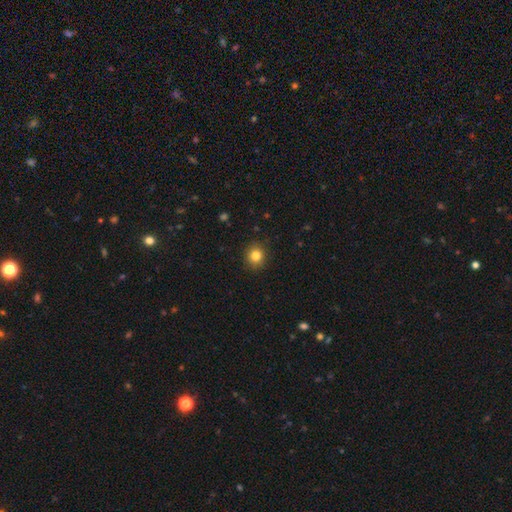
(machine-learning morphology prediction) smooth 82%, star or artifact 12%, featured or disk 6%. Down the decision tree: how rounded — round (85%); merging — none (90%).